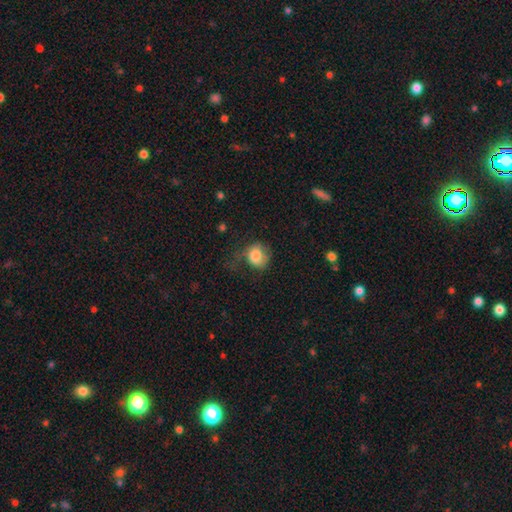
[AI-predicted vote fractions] Overall: smooth (77%). How rounded: round (68%; in between 31%). Merging: none (40%; major disturbance 29%).